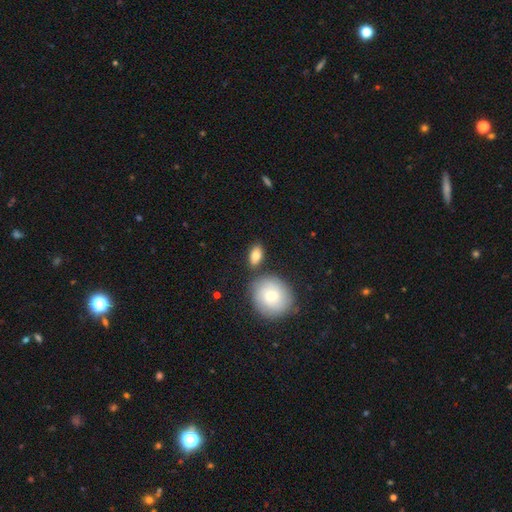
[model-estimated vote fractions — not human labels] Q: Smooth or featured?
A: smooth (80%); runner-up: featured or disk (12%)
Q: How rounded?
A: in between (84%); runner-up: round (12%)
Q: Merging?
A: none (74%); runner-up: minor disturbance (12%)